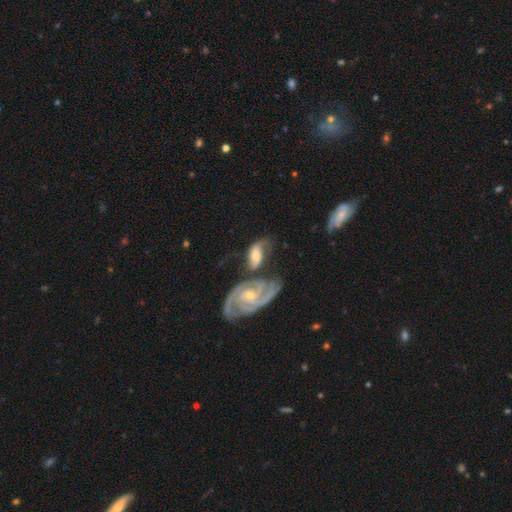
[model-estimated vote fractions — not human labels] Morphology: type=featured or disk (74%); edge-on=no (95%); bar=no (48%); spiral arms=yes (95%); winding=medium (44%); arm count=2 (73%); bulge=small (49%); merging=merger (40%).